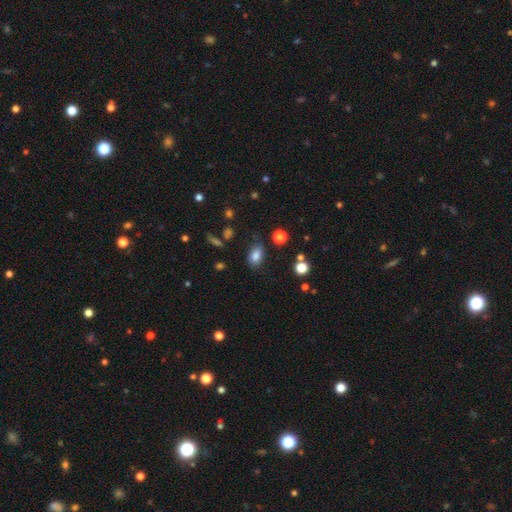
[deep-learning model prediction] smooth-or-featured: smooth: 82% | star or artifact: 11% | featured or disk: 7%
  how-rounded: in between: 86% | round: 12% | cigar-shaped: 2%
  merging: none: 76% | minor disturbance: 16% | major disturbance: 4% | merger: 3%